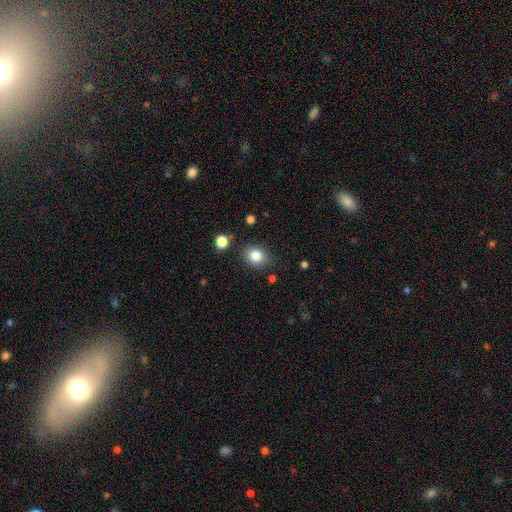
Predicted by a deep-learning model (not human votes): This is clearly a smooth galaxy (83%). How rounded: likely round (65%). Merging: clearly none (84%).